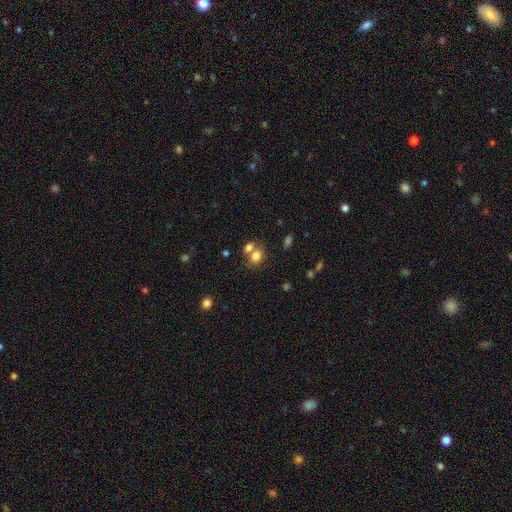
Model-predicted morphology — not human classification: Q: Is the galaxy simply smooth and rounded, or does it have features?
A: smooth — 78%.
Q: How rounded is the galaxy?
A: in between — 61%.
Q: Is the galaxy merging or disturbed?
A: merger — 46%.